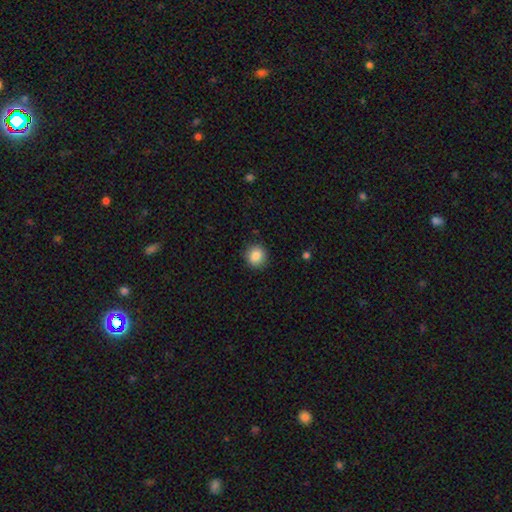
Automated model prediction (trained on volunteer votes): The model was most divided on "how rounded": round: 88%, in between: 11%, cigar-shaped: 1%. More confident: merging — none (90%); smooth or featured — smooth (86%).